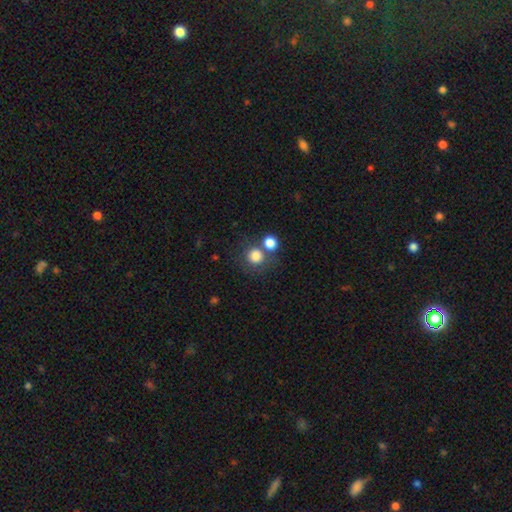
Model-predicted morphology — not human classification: Smooth or featured?
  - smooth: 81% *
  - star or artifact: 12%
  - featured or disk: 7%
How rounded?
  - round: 90% *
  - in between: 10%
  - cigar-shaped: 1%
Merging?
  - none: 60% *
  - merger: 27%
  - minor disturbance: 9%
  - major disturbance: 5%